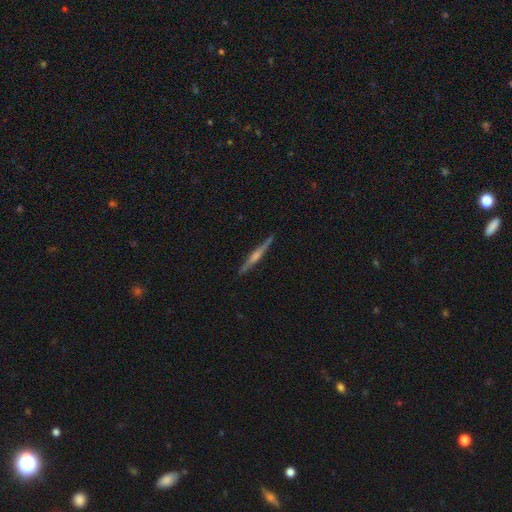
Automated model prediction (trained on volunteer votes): A featured or disk galaxy (76%) viewed edge-on (98%) with a rounded central bulge (69%). Merging: none (91%).